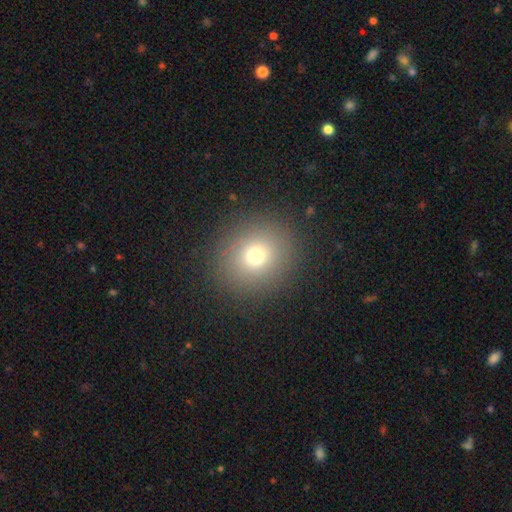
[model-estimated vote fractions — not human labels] Smooth or featured? Predicted: smooth (p=0.71). How rounded? Predicted: round (p=0.83). Merging? Predicted: none (p=0.88).